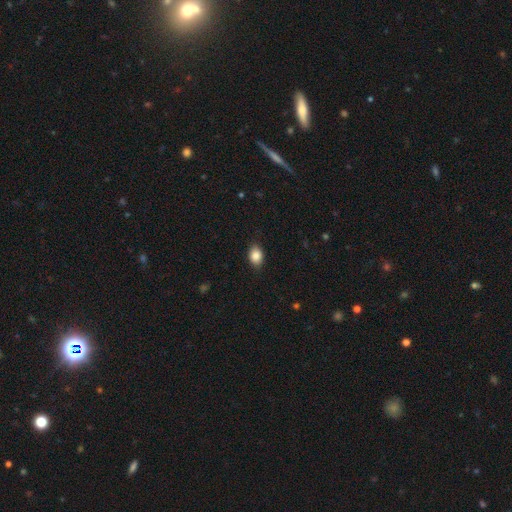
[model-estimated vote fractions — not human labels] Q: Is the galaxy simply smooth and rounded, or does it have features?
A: smooth — 86%.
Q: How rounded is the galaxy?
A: in between — 77%.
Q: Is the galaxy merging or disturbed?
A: none — 86%.